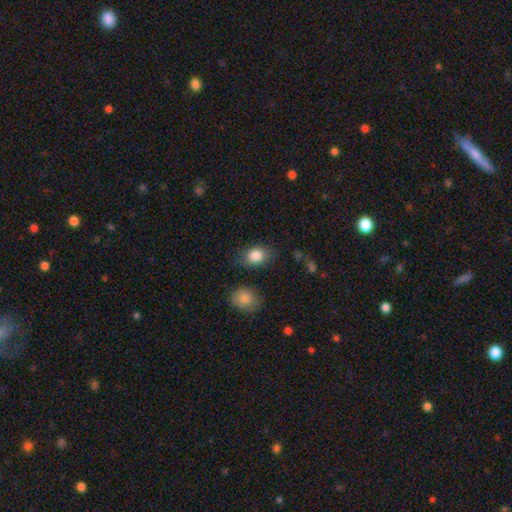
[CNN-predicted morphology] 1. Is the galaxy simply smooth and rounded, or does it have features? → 85% smooth, 8% star or artifact, 7% featured or disk.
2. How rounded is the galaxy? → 73% in between, 26% round, 1% cigar-shaped.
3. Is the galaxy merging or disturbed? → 78% none, 15% minor disturbance, 4% major disturbance, 3% merger.